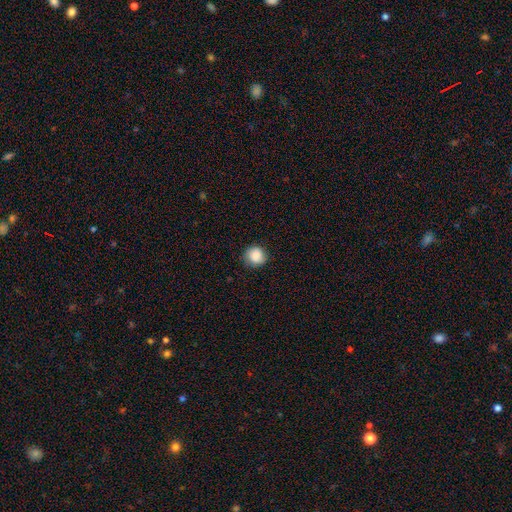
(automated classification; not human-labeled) Smooth or featured: smooth — 87% (star or artifact — 9%)
How rounded: round — 90% (in between — 9%)
Merging: none — 81% (minor disturbance — 14%)